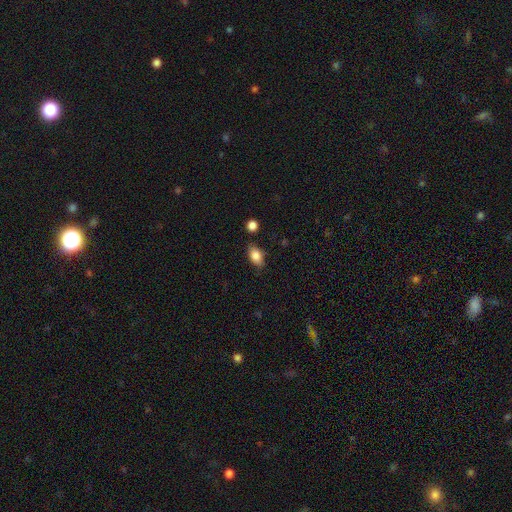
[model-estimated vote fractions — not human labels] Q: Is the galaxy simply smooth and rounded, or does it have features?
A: smooth — 83%.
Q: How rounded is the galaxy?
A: in between — 87%.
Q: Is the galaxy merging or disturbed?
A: none — 79%.